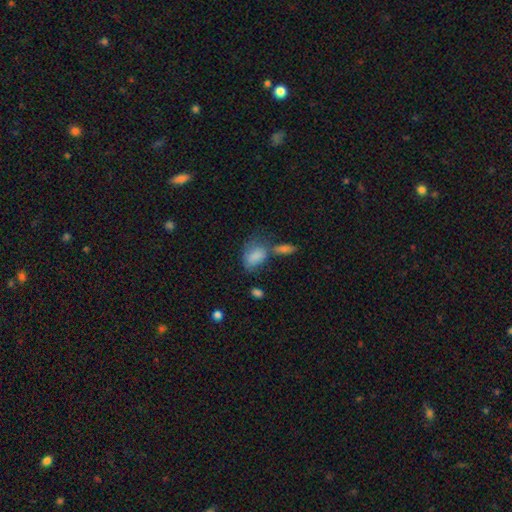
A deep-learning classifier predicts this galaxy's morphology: Overall: smooth (81%). How rounded: in between (84%). Merging: none (33%; merger 28%).